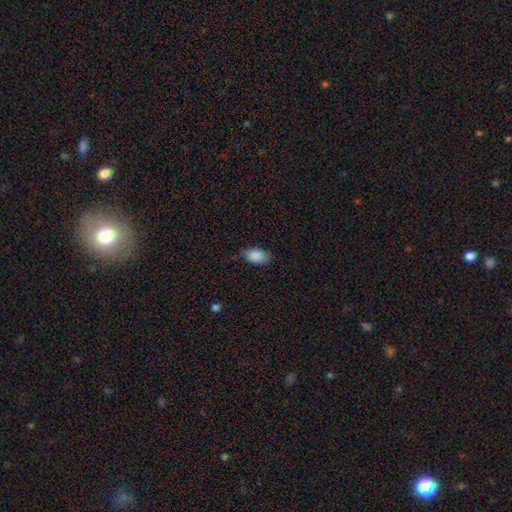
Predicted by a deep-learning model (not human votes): Smooth or featured: smooth — 88% (star or artifact — 7%)
How rounded: in between — 89% (round — 9%)
Merging: none — 74% (minor disturbance — 21%)